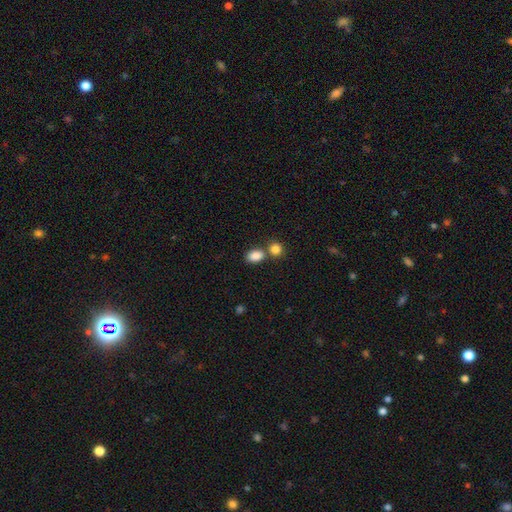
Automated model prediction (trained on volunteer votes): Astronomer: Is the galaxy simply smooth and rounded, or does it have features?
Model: smooth — 86%.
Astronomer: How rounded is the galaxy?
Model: in between — 80%.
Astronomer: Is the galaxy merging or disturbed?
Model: none — 54% (runner-up: merger, 32%).